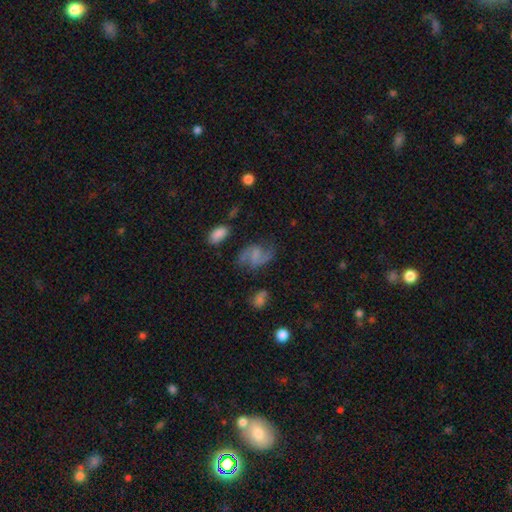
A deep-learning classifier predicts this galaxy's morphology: This is likely a featured or disk galaxy (71%). It is clearly not viewed edge-on (98%). Bar: marginally weak (45%). Spiral arm pattern: clearly yes (93%). Spiral arm count: clearly 2 (91%). Spiral winding: possibly loose (55%). Central bulge: possibly none (53%). Merging: likely none (66%).